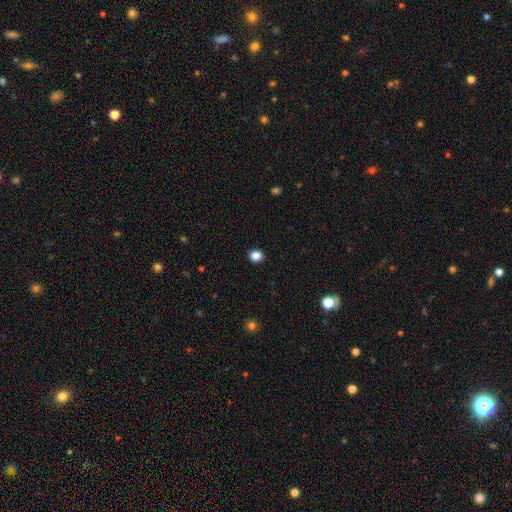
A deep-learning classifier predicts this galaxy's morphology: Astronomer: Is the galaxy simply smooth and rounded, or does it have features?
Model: smooth — 86%.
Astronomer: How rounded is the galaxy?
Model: round — 73%.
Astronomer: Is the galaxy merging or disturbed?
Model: none — 92%.